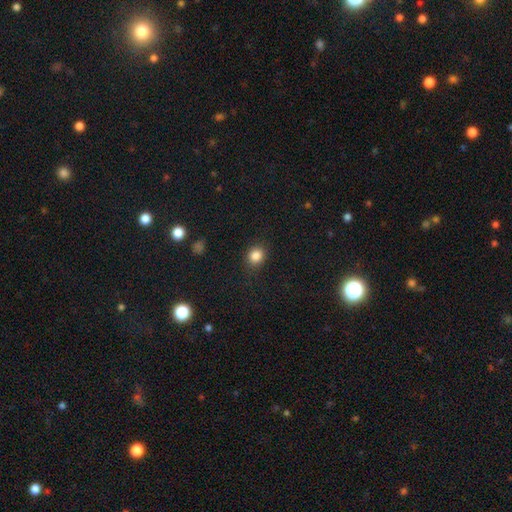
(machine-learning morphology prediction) Smooth or featured?
  - smooth: 85% *
  - star or artifact: 11%
  - featured or disk: 4%
How rounded?
  - round: 68% *
  - in between: 31%
  - cigar-shaped: 1%
Merging?
  - none: 85% *
  - minor disturbance: 10%
  - major disturbance: 3%
  - merger: 1%